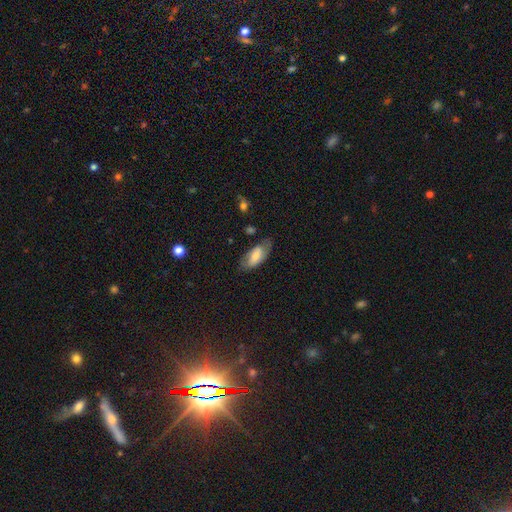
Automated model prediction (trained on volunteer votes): A smooth galaxy with no disk features (65%) that is in between round and cigar-shaped (88%).

Vote fractions:
- Smooth or featured? smooth: 65% / featured or disk: 28% / star or artifact: 7%
- How rounded? in between: 88% / cigar-shaped: 10% / round: 3%
- Merging? none: 62% / minor disturbance: 27% / major disturbance: 9% / merger: 2%